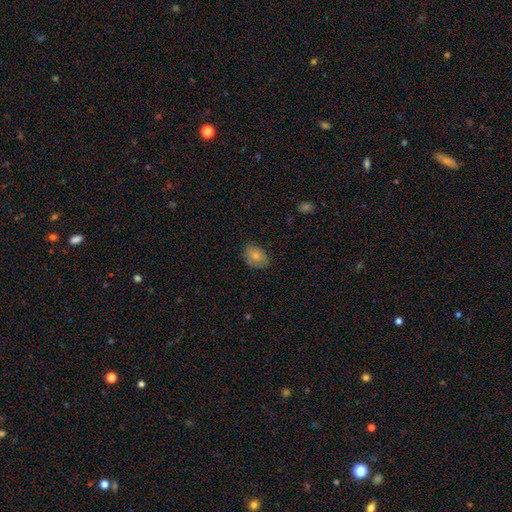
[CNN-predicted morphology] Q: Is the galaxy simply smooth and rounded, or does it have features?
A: smooth — 79%.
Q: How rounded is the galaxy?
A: in between — 72%.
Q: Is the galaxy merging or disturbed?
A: none — 78%.